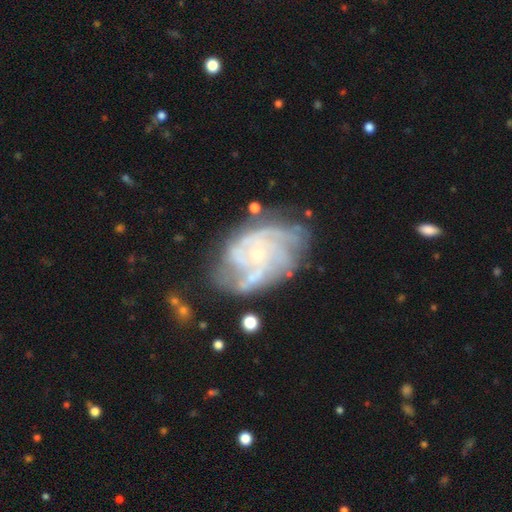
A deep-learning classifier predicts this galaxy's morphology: Overall: featured or disk (85%). Edge-on disk: no (97%). Bar: no (75%). Spiral arms: yes (93%). Spiral arm count: can't tell (30%; 4 21%). Spiral winding: tight (48%; medium 40%). Bulge size: small (81%). Merging: none (61%; minor disturbance 22%).